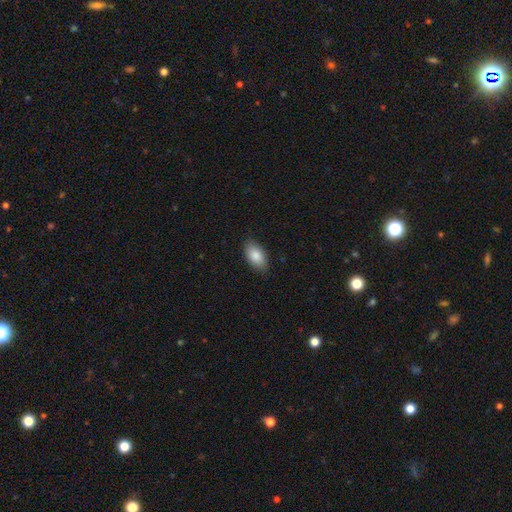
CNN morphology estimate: smooth-or-featured: smooth: 86% | featured or disk: 8% | star or artifact: 6%
  how-rounded: in between: 94% | round: 4% | cigar-shaped: 2%
  merging: none: 85% | minor disturbance: 11% | major disturbance: 2% | merger: 1%